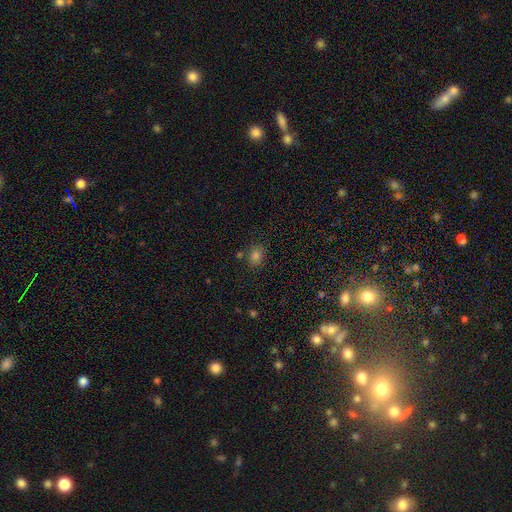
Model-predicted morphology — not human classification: smooth-or-featured: smooth: 76% | star or artifact: 18% | featured or disk: 6%
  how-rounded: in between: 52% | round: 47% | cigar-shaped: 1%
  merging: none: 81% | minor disturbance: 11% | merger: 5% | major disturbance: 3%